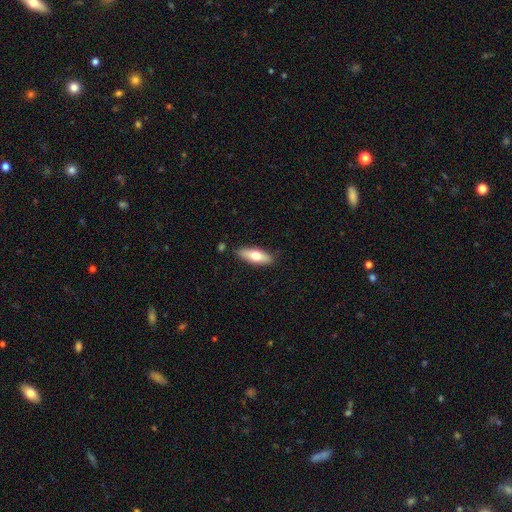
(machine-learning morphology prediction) Smooth or featured? smooth (64%)
How rounded? in between (58%)
Merging? none (85%)